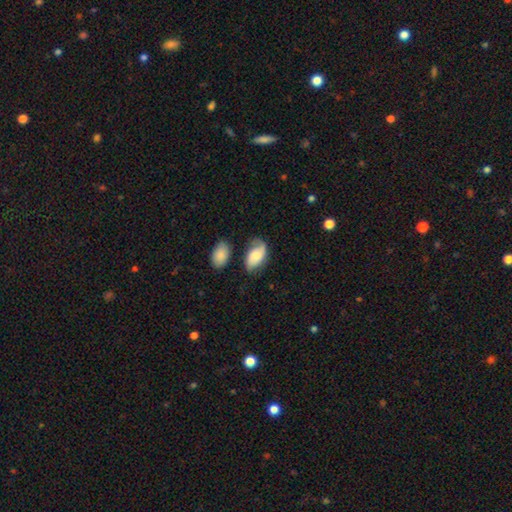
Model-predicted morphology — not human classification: This appears to be a smooth galaxy with no disk features (59%) that is in between round and cigar-shaped (92%). Merging: none (54%).